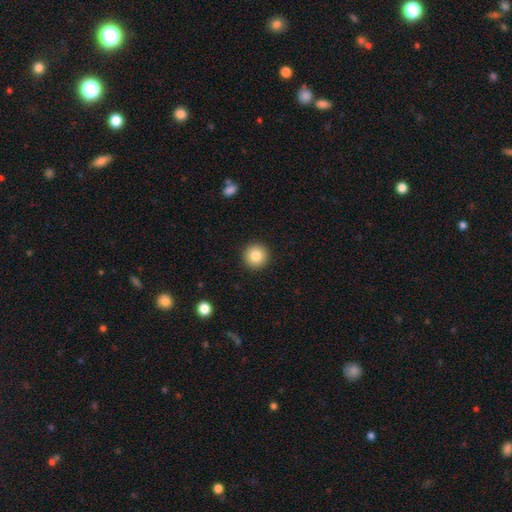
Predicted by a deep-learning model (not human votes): A smooth galaxy with no disk features (83%) that is round (96%).

Vote fractions:
- Smooth or featured? smooth: 83% / star or artifact: 9% / featured or disk: 8%
- How rounded? round: 96% / in between: 3% / cigar-shaped: 1%
- Merging? none: 93% / minor disturbance: 5% / major disturbance: 2% / merger: 1%